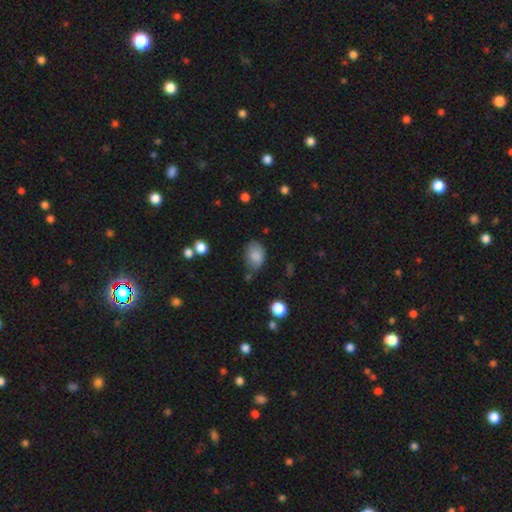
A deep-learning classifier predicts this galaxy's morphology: smooth-or-featured: smooth: 83% | featured or disk: 9% | star or artifact: 8%
  how-rounded: in between: 82% | round: 17% | cigar-shaped: 1%
  merging: none: 58% | minor disturbance: 29% | major disturbance: 9% | merger: 4%